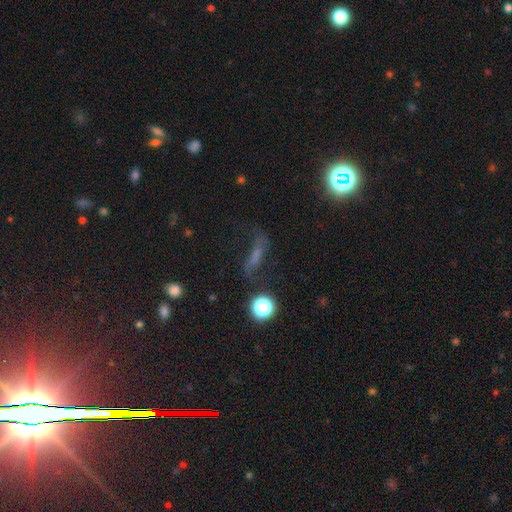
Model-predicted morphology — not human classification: Smooth or featured? Predicted: smooth (p=0.37). Merging? Predicted: none (p=0.55).